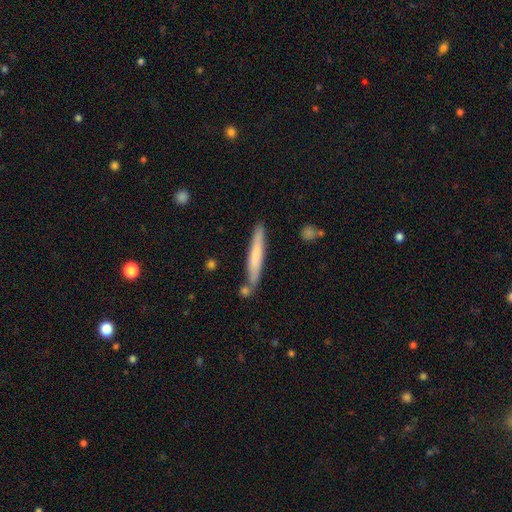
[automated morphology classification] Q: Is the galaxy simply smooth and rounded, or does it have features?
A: smooth — 63%.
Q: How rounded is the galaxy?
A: cigar-shaped — 95%.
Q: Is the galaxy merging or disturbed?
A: none — 78%.